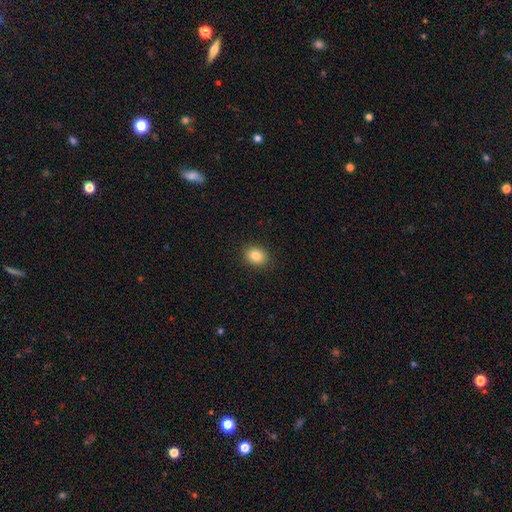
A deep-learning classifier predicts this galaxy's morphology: Smooth or featured? Predicted: smooth (p=0.84). How rounded? Predicted: in between (p=0.51). Merging? Predicted: none (p=0.90).